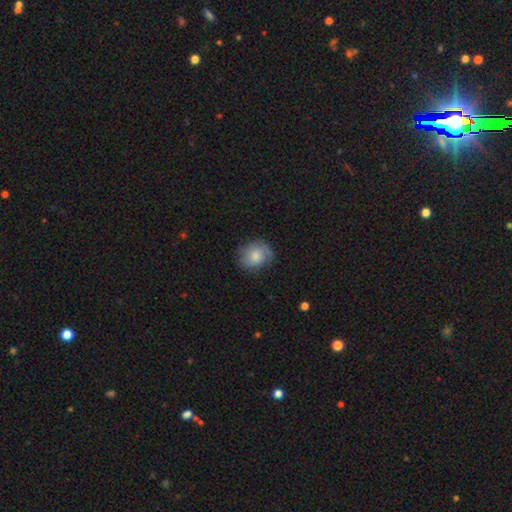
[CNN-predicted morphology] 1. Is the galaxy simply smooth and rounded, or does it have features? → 70% smooth, 22% featured or disk, 7% star or artifact.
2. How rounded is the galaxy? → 61% round, 38% in between, 1% cigar-shaped.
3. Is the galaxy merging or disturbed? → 72% none, 21% minor disturbance, 6% major disturbance, 1% merger.